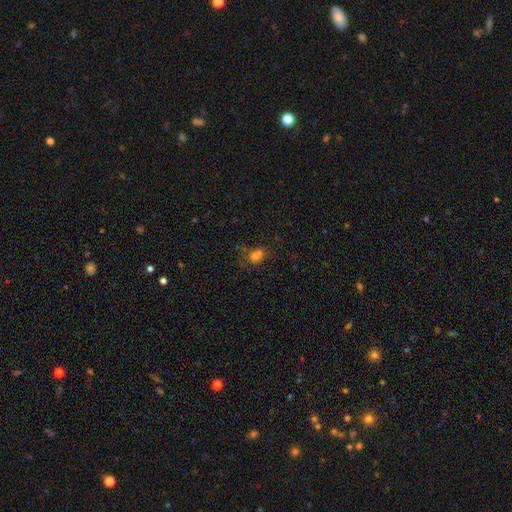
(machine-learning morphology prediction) The model was most divided on "how rounded": round: 57%, in between: 42%, cigar-shaped: 2%. Remaining: smooth or featured — smooth (66%); merging — none (50%).